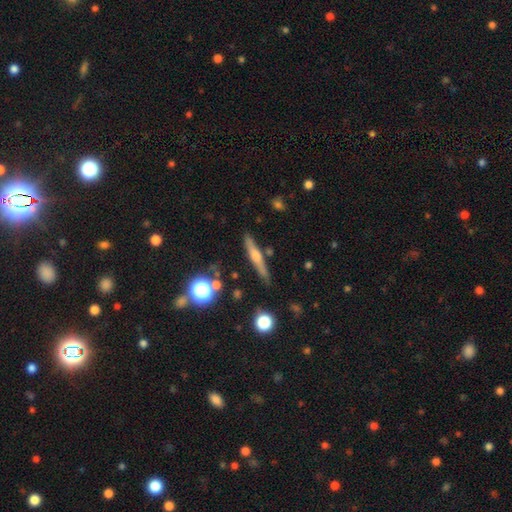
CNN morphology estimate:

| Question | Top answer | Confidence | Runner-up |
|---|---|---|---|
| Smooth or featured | featured or disk | 59% | smooth (31%) |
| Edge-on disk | yes | 96% | no (4%) |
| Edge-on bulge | rounded | 81% | none (10%) |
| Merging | none | 84% | minor disturbance (10%) |